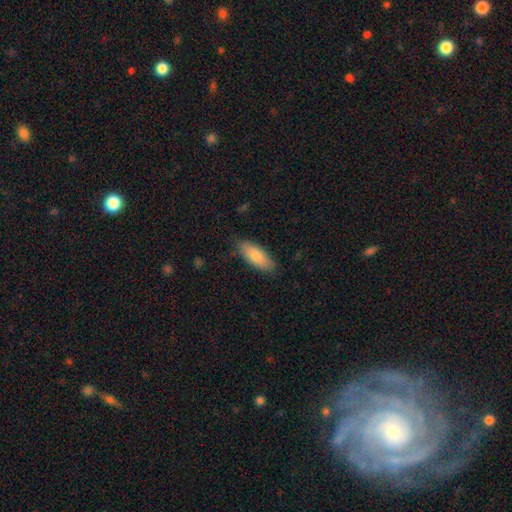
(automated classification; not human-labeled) A smooth galaxy with no disk features (82%) that is in between round and cigar-shaped (79%).

Vote fractions:
- Smooth or featured? smooth: 82% / featured or disk: 13% / star or artifact: 6%
- How rounded? in between: 79% / cigar-shaped: 19% / round: 2%
- Merging? none: 81% / minor disturbance: 15% / major disturbance: 3% / merger: 1%